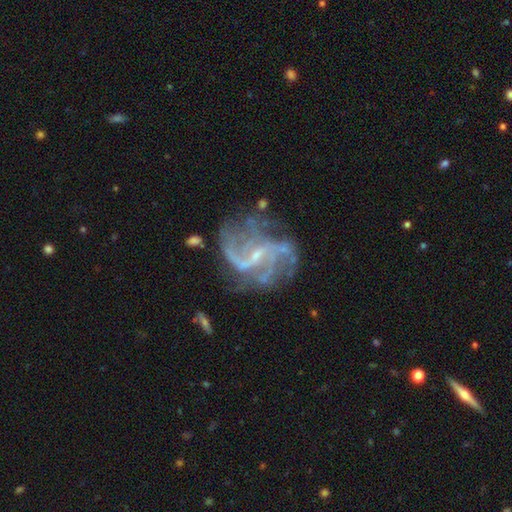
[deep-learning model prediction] Morphology: type=featured or disk (88%); edge-on=no (98%); bar=weak (51%); spiral arms=yes (95%); winding=loose (51%); arm count=2 (39%); bulge=small (73%); merging=none (53%).